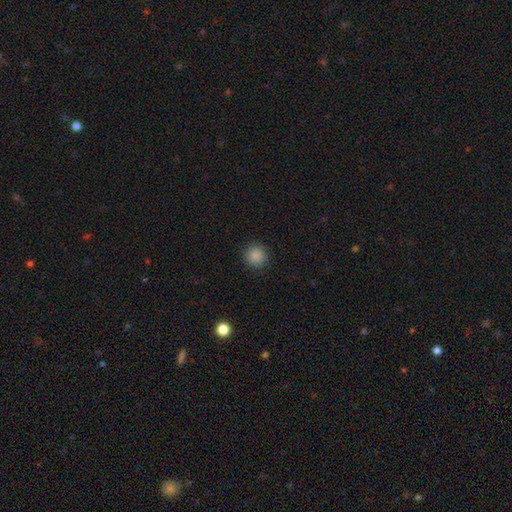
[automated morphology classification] This is clearly a smooth galaxy (87%). How rounded: clearly round (93%). Merging: clearly none (91%).